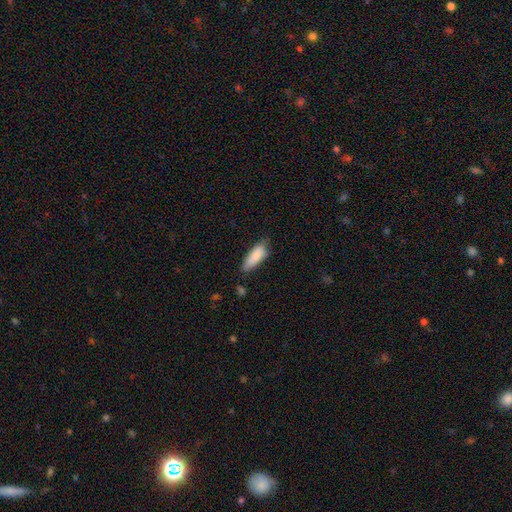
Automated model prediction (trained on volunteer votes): smooth 85%, featured or disk 9%, star or artifact 6%. Down the decision tree: how rounded — in between (66%); merging — none (59%).